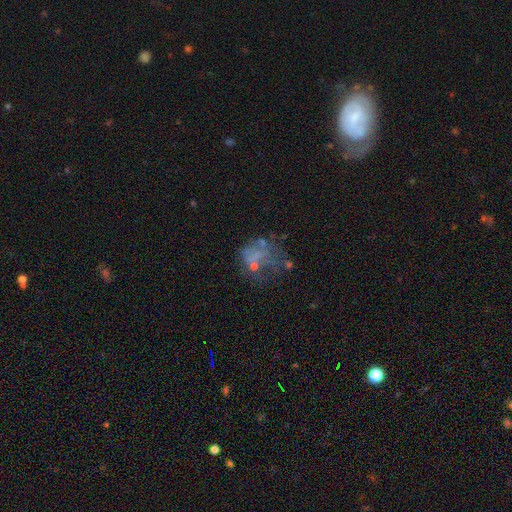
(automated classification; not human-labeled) Smooth or featured? Predicted: featured or disk (p=0.46). Merging? Predicted: none (p=0.39).